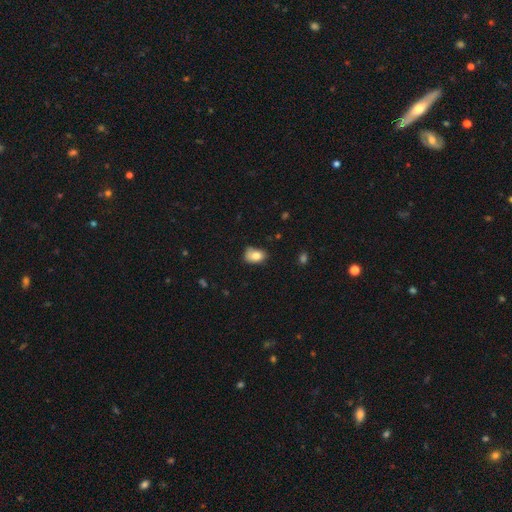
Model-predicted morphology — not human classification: This appears to be a smooth galaxy with no disk features (79%) that is in between round and cigar-shaped (76%). Merging: none (53%).